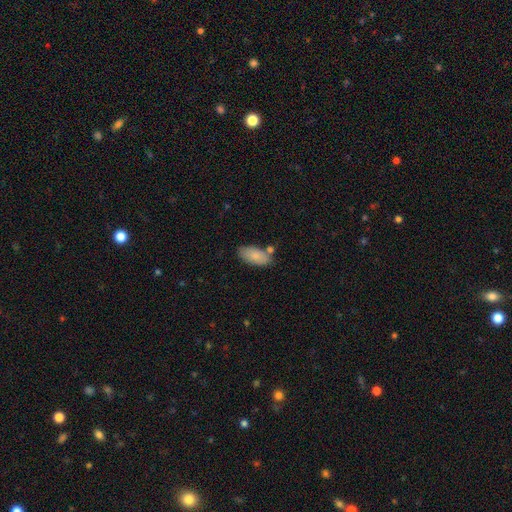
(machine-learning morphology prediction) Overall: smooth (84%). How rounded: in between (92%). Merging: none (67%).